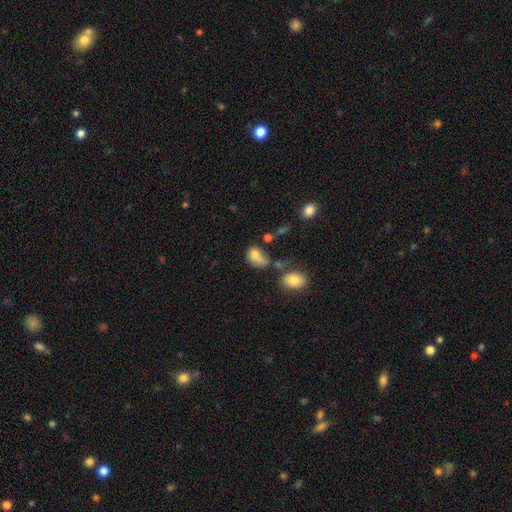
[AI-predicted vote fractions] Q: Smooth or featured?
A: smooth (75%); runner-up: featured or disk (13%)
Q: How rounded?
A: in between (71%); runner-up: round (27%)
Q: Merging?
A: none (31%); runner-up: minor disturbance (25%)